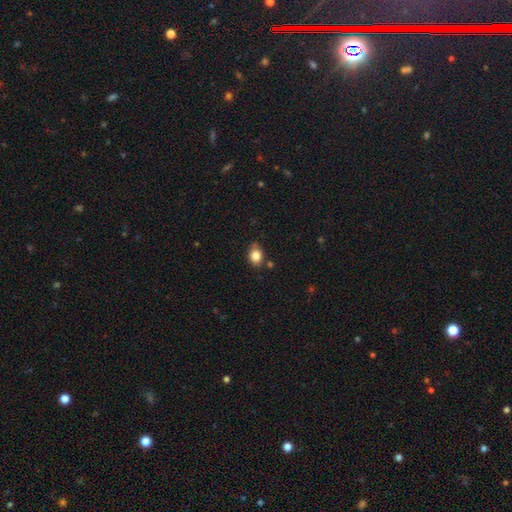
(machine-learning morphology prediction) smooth 83%, star or artifact 10%, featured or disk 7%. Down the decision tree: how rounded — in between (55%); merging — none (76%).